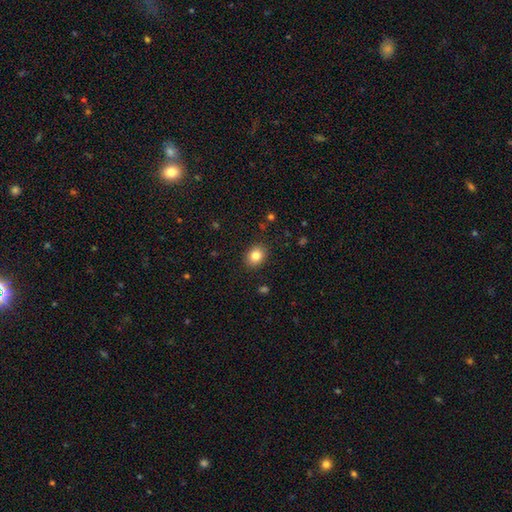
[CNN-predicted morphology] A smooth galaxy with no disk features (84%) that is round (53%). Merging: none (88%).